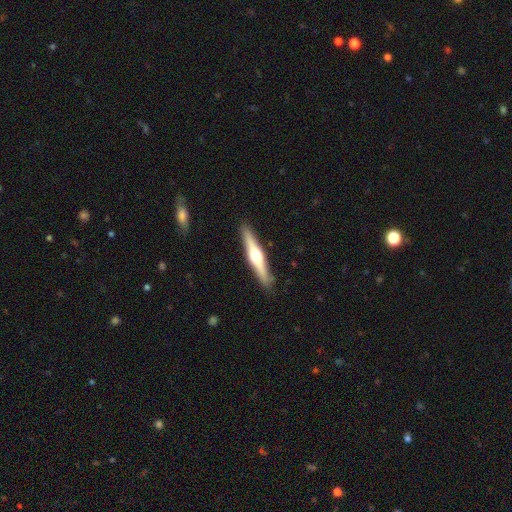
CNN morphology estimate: type=featured or disk (65%); edge-on=yes (97%); edge-on bulge=rounded (93%); merging=none (89%).